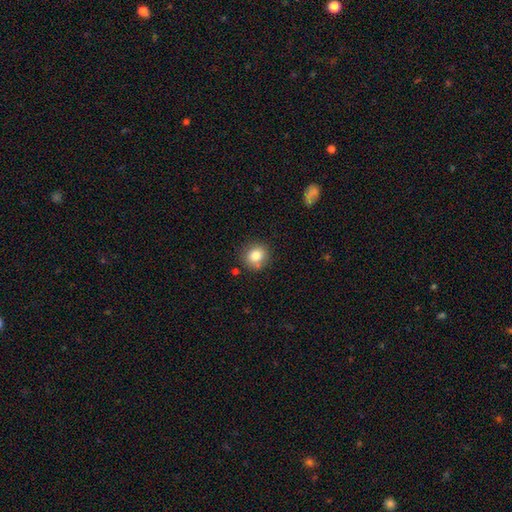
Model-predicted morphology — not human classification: This is clearly a smooth galaxy (81%). How rounded: clearly round (84%). Merging: clearly none (81%).